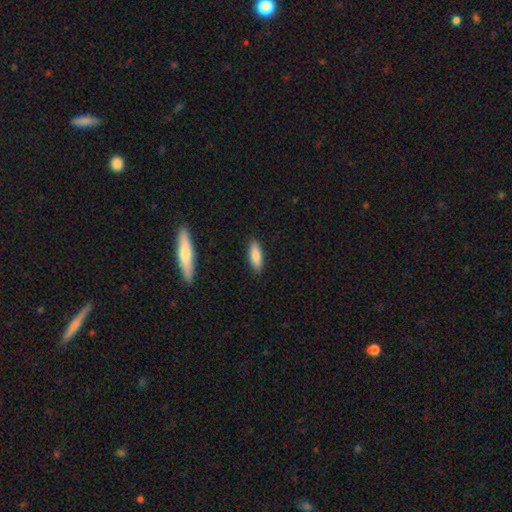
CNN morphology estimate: Overall: smooth (84%). How rounded: in between (58%; cigar-shaped 40%). Merging: none (88%).